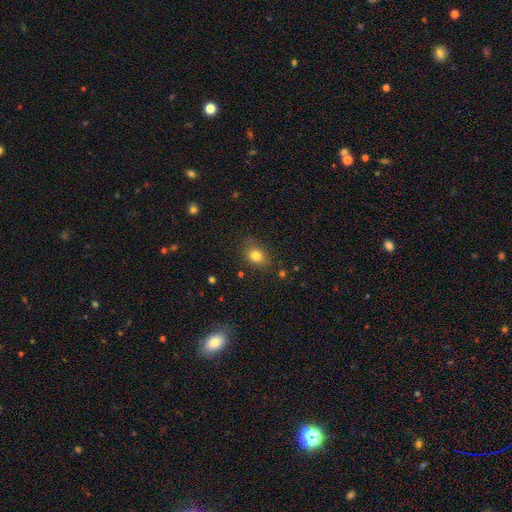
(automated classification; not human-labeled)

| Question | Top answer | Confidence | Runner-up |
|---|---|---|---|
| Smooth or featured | smooth | 81% | star or artifact (11%) |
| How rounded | in between | 63% | round (36%) |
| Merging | none | 76% | minor disturbance (18%) |